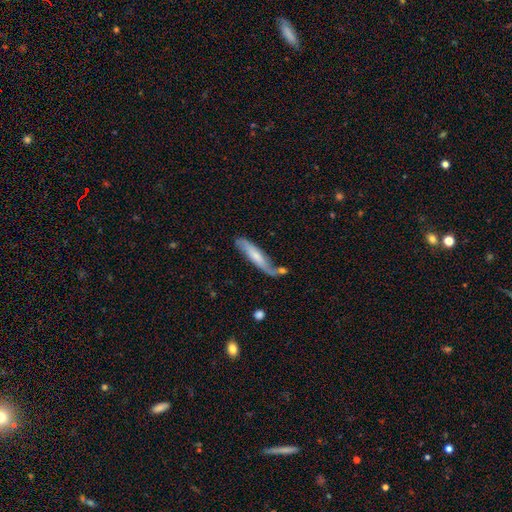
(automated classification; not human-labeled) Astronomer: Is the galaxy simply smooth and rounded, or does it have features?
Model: smooth — 55% (runner-up: featured or disk, 40%).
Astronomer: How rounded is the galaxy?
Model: cigar-shaped — 80%.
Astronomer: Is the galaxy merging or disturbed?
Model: none — 51%.